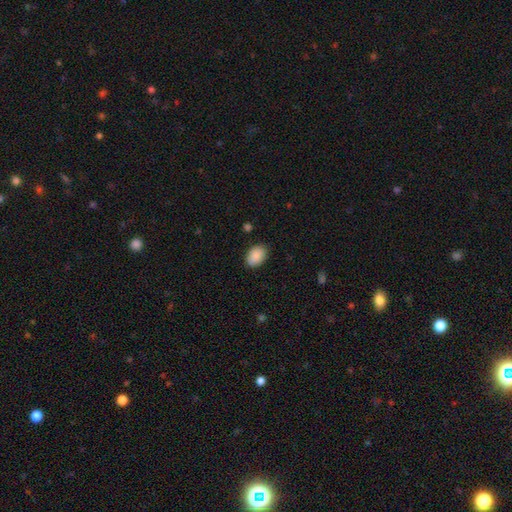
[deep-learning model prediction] Smooth or featured?
  - smooth: 89% *
  - star or artifact: 7%
  - featured or disk: 4%
How rounded?
  - in between: 85% *
  - round: 14%
  - cigar-shaped: 1%
Merging?
  - none: 86% *
  - minor disturbance: 11%
  - major disturbance: 2%
  - merger: 1%